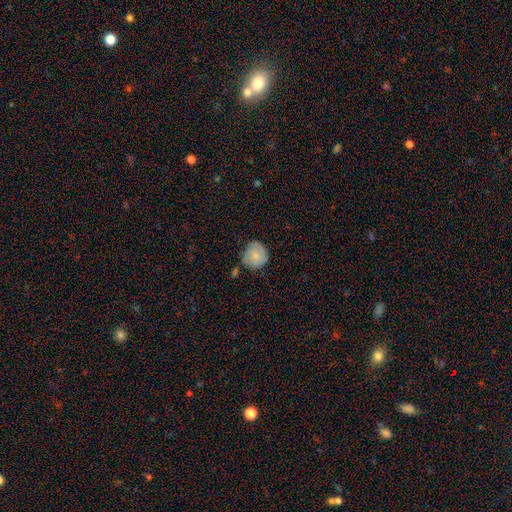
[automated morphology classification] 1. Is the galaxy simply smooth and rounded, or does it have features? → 75% smooth, 18% featured or disk, 7% star or artifact.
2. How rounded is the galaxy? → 86% round, 13% in between, 1% cigar-shaped.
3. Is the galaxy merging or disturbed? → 66% none, 24% minor disturbance, 6% merger, 5% major disturbance.